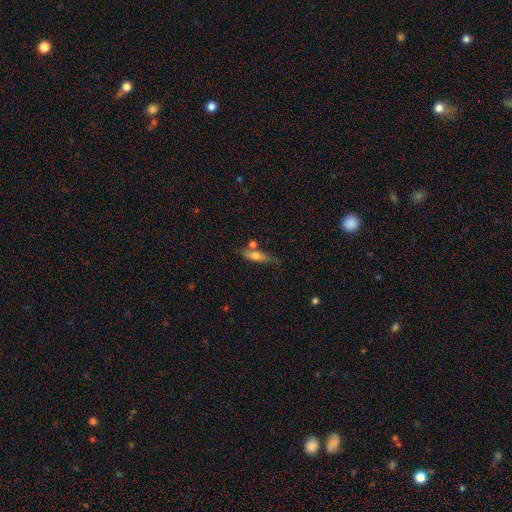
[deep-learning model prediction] Smooth or featured? smooth (58%)
How rounded? cigar-shaped (55%)
Merging? none (54%)